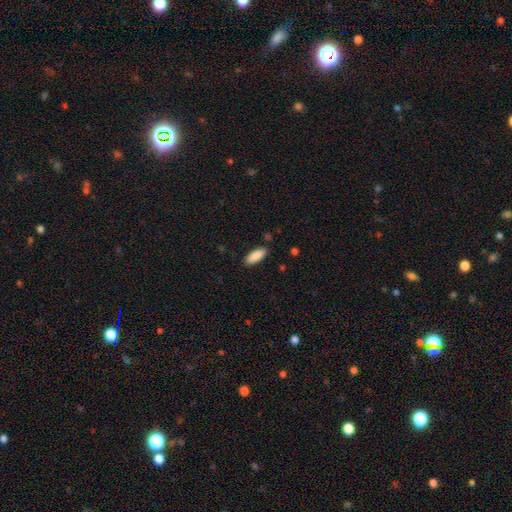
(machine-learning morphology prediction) A smooth galaxy with no disk features (90%) that is in between round and cigar-shaped (76%).

Vote fractions:
- Smooth or featured? smooth: 90% / star or artifact: 6% / featured or disk: 4%
- How rounded? in between: 76% / cigar-shaped: 22% / round: 2%
- Merging? none: 87% / minor disturbance: 10% / major disturbance: 2% / merger: 1%